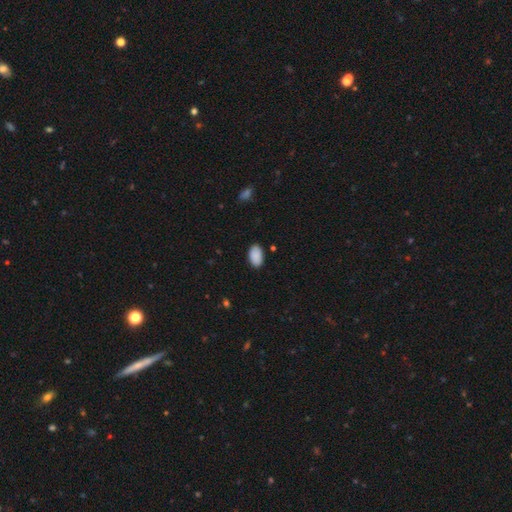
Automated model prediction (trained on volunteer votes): Overall: smooth (91%). How rounded: in between (94%). Merging: none (88%).